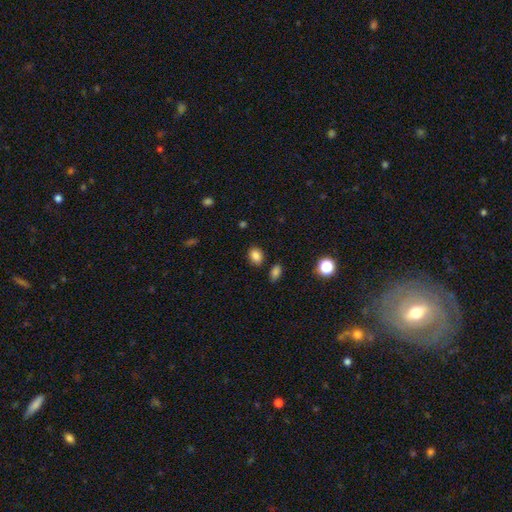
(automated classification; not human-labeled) Morphology: type=smooth (84%); roundness=in between (63%); merging=none (83%).